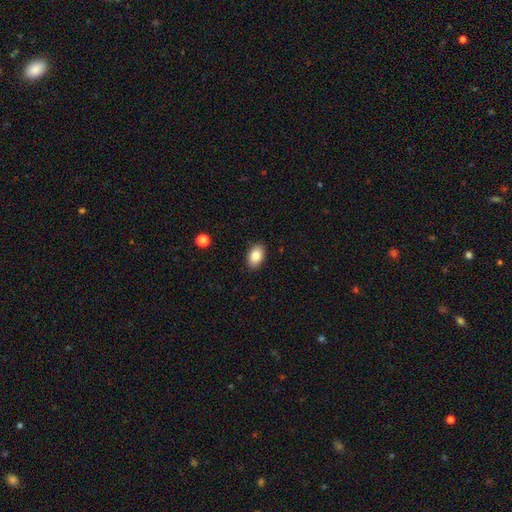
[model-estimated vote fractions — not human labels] Smooth or featured? Predicted: smooth (p=0.85). How rounded? Predicted: in between (p=0.89). Merging? Predicted: none (p=0.88).